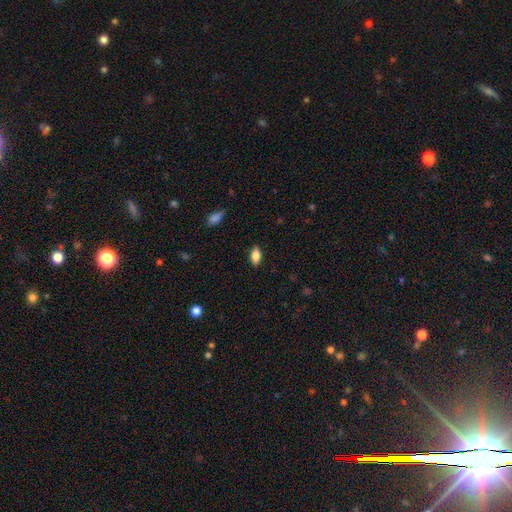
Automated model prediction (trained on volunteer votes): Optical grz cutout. It shows a smooth galaxy with no disk features (81%) that is in between round and cigar-shaped (88%). Merging: none (86%).